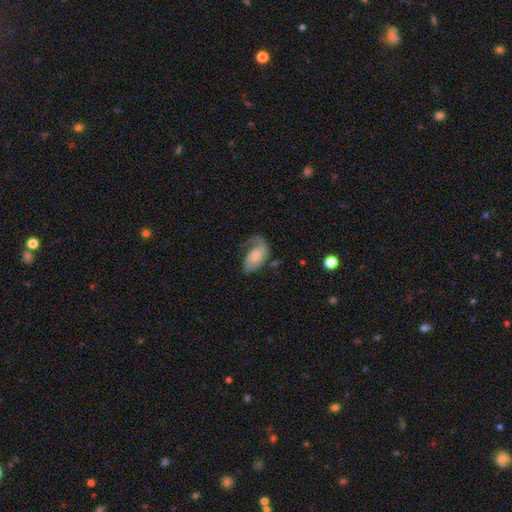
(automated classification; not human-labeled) A featured or disk galaxy (56%) with no bar (68%), spiral arms (86%) and no central bulge (31%).

Vote fractions:
- Smooth or featured? featured or disk: 56% / smooth: 37% / star or artifact: 7%
- Edge-on disk? no: 96% / yes: 4%
- Bar? no: 68% / weak: 26% / strong: 5%
- Spiral arms? yes: 86% / no: 14%
- Bulge size? none: 31% / small: 29% / moderate: 22% / large: 15% / dominant: 4%
- Merging? none: 38% / major disturbance: 33% / minor disturbance: 26% / merger: 3%